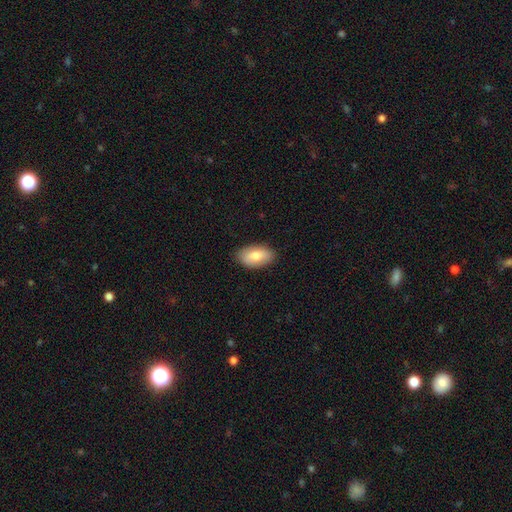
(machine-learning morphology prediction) This is likely a smooth galaxy (77%). How rounded: clearly in between (93%). Merging: clearly none (86%).